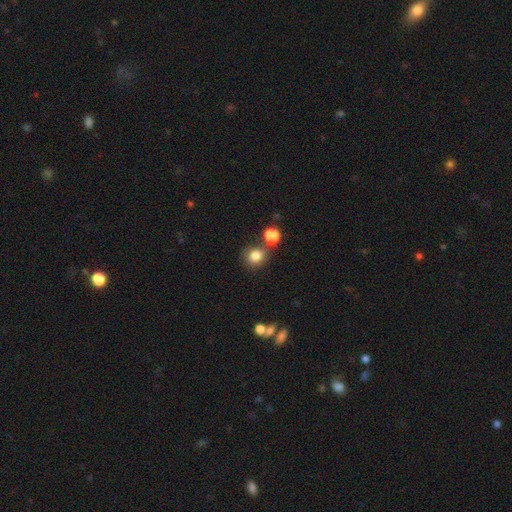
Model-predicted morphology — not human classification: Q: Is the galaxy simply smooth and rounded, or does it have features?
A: smooth — 83%.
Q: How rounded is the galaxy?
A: round — 78%.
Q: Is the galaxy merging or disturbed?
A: none — 64%.